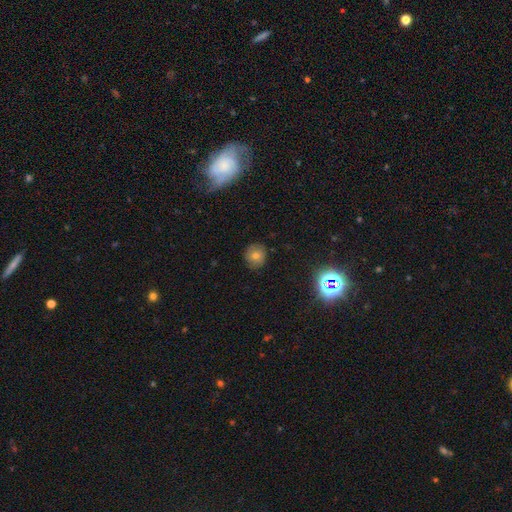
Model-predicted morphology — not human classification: A smooth galaxy with no disk features (66%) that is round (88%). Merging: none (85%).